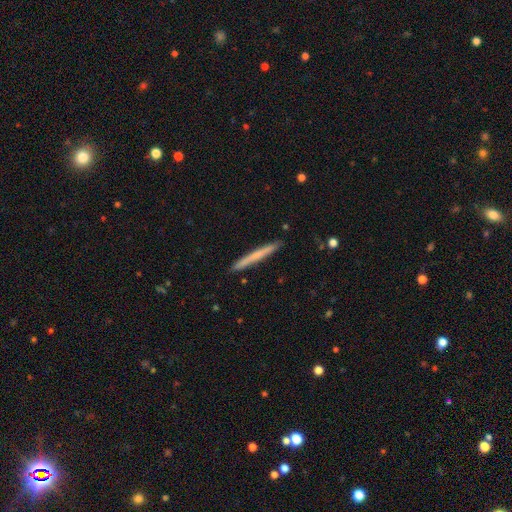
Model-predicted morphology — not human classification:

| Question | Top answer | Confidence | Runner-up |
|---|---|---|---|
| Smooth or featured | smooth | 62% | featured or disk (32%) |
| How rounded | cigar-shaped | 97% | in between (2%) |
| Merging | none | 91% | minor disturbance (6%) |